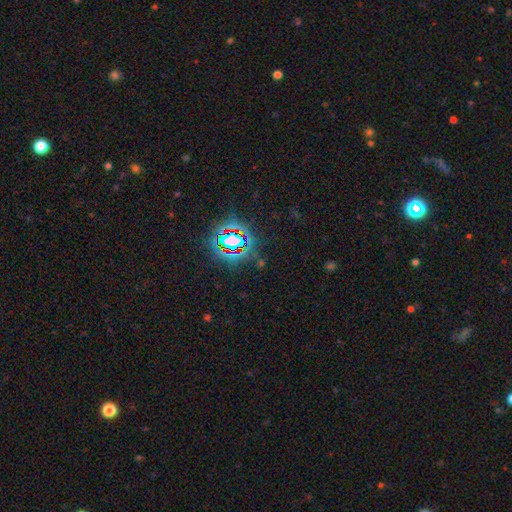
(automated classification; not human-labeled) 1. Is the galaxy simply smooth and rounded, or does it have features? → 78% star or artifact, 13% smooth, 9% featured or disk.